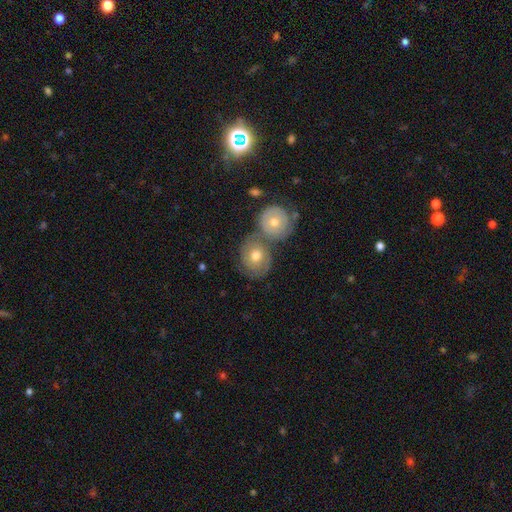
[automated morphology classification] This is possibly a featured or disk galaxy (54%). It is clearly not viewed edge-on (96%). Bar: clearly no (82%). Spiral arm pattern: likely yes (79%). Central bulge: likely moderate (73%). Merging: marginally none (44%).